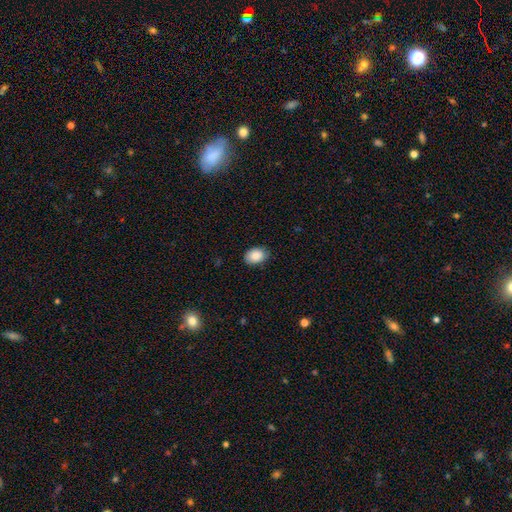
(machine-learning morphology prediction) This is clearly a smooth galaxy (88%). How rounded: likely in between (79%). Merging: clearly none (82%).